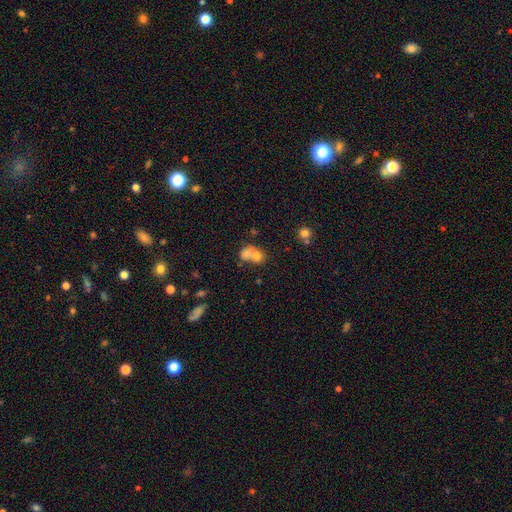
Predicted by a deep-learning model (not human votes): The model was most divided on "how rounded": round: 61%, in between: 37%, cigar-shaped: 1%. More confident: smooth or featured — smooth (72%); merging — merger (66%).